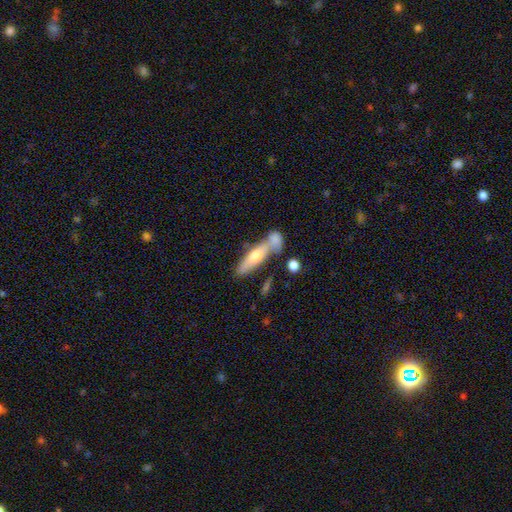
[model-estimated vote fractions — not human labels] This is possibly a smooth galaxy (54%). How rounded: possibly cigar-shaped (59%). Merging: possibly none (47%).